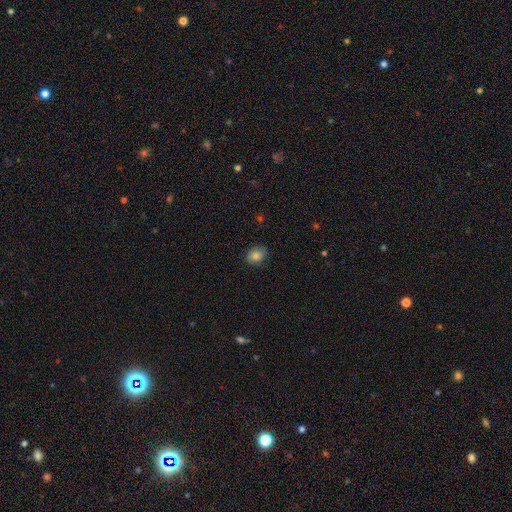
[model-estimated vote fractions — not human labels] Smooth or featured?
  - smooth: 80% *
  - featured or disk: 10%
  - star or artifact: 9%
How rounded?
  - in between: 53% *
  - round: 46%
  - cigar-shaped: 1%
Merging?
  - none: 77% *
  - minor disturbance: 19%
  - major disturbance: 3%
  - merger: 1%